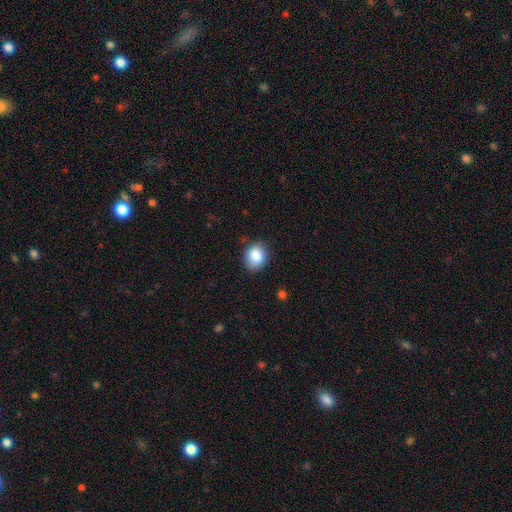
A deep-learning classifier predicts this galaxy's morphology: The model was most divided on "how rounded": round: 56%, in between: 43%, cigar-shaped: 1%. More confident: smooth or featured — smooth (87%); merging — none (82%).